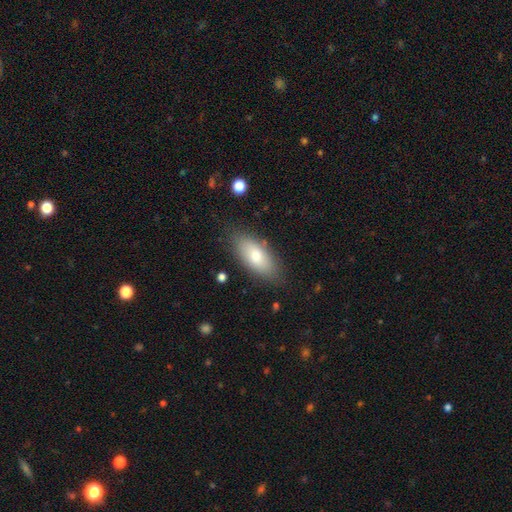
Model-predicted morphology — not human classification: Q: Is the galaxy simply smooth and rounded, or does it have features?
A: smooth — 74%.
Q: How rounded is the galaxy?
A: in between — 83%.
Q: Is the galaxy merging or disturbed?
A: none — 82%.